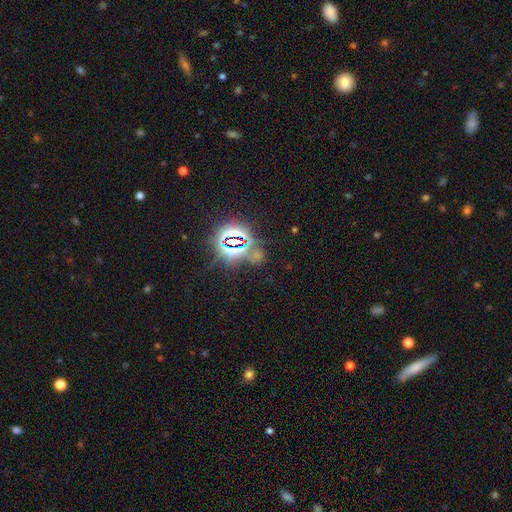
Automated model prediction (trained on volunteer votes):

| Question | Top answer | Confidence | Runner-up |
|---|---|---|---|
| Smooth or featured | star or artifact | 79% | smooth (13%) |